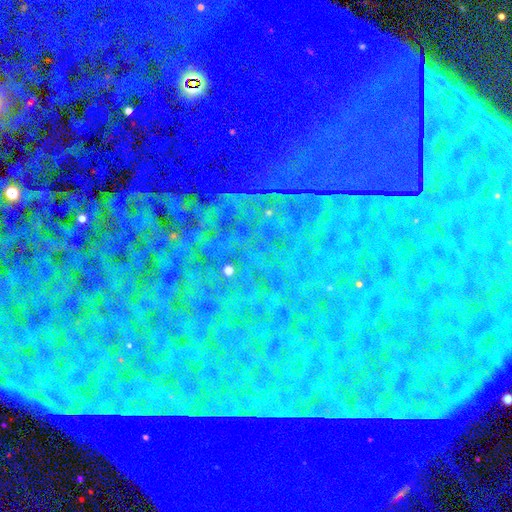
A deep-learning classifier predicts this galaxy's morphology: type=star or artifact (85%).